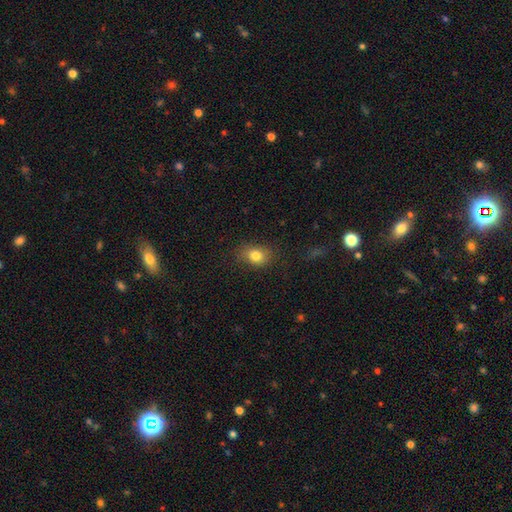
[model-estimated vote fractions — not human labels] smooth-or-featured: smooth: 82% | star or artifact: 10% | featured or disk: 8%
  how-rounded: in between: 60% | round: 38% | cigar-shaped: 1%
  merging: none: 79% | minor disturbance: 15% | major disturbance: 5% | merger: 1%